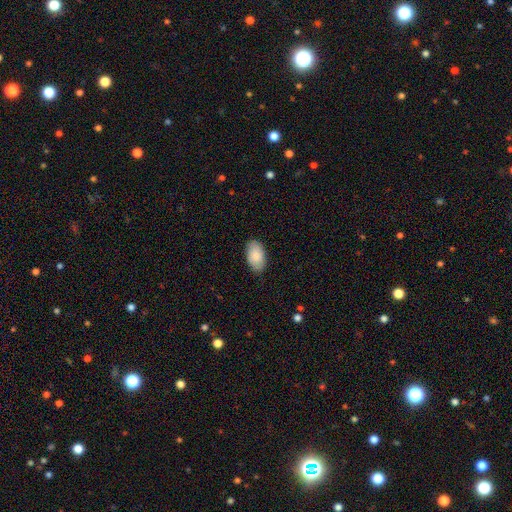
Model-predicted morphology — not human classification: A smooth galaxy with no disk features (87%) that is in between round and cigar-shaped (95%). Merging: none (86%).